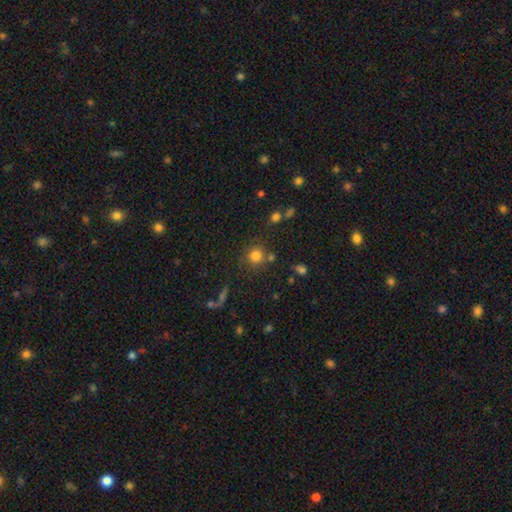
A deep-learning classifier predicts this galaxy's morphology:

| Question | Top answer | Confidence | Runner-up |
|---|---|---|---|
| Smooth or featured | smooth | 78% | star or artifact (15%) |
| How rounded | round | 90% | in between (9%) |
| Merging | none | 73% | merger (11%) |